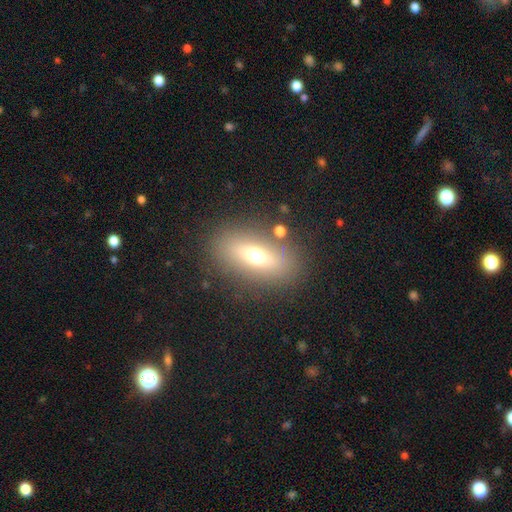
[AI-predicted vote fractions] Smooth or featured? Predicted: smooth (p=0.58). How rounded? Predicted: in between (p=0.72). Merging? Predicted: none (p=0.83).